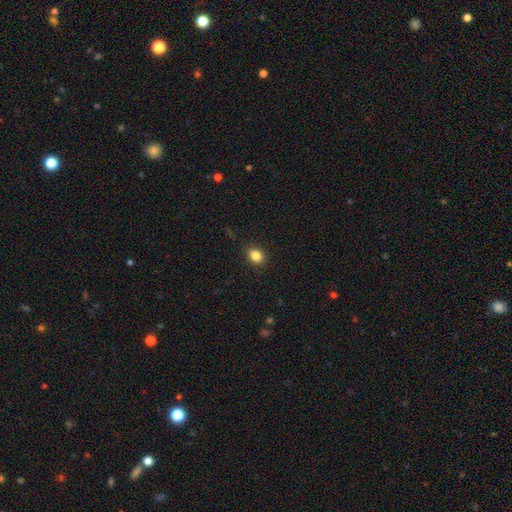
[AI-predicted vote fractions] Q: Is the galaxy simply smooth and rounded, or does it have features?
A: smooth — 85%.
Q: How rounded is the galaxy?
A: in between — 50%.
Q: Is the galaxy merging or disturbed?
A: none — 89%.